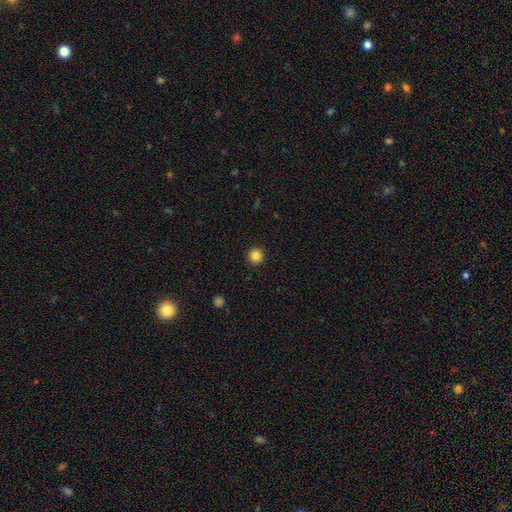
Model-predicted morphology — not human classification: This appears to be a smooth galaxy with no disk features (85%) that is round (95%). Merging: none (93%).